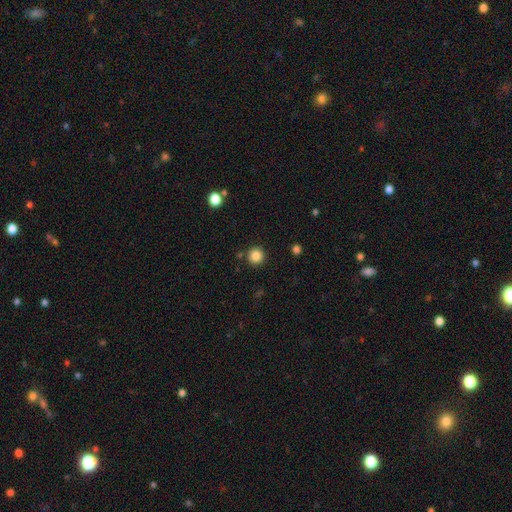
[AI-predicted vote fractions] Smooth or featured? Predicted: smooth (p=0.85). How rounded? Predicted: round (p=0.95). Merging? Predicted: none (p=0.89).